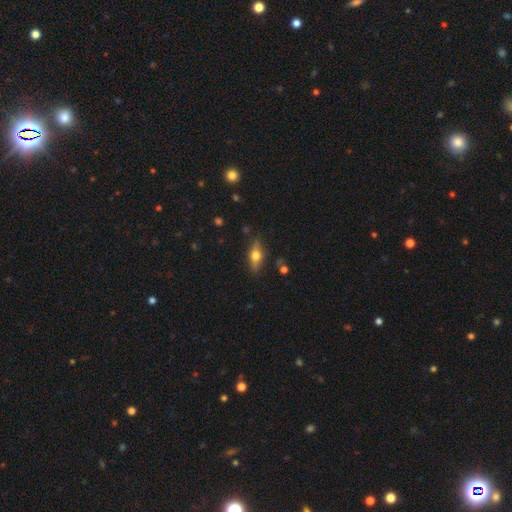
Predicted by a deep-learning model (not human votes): smooth_or_featured: smooth (p=0.48) [alt: featured or disk p=0.45]
merging: none (p=0.83) [alt: minor disturbance p=0.12]